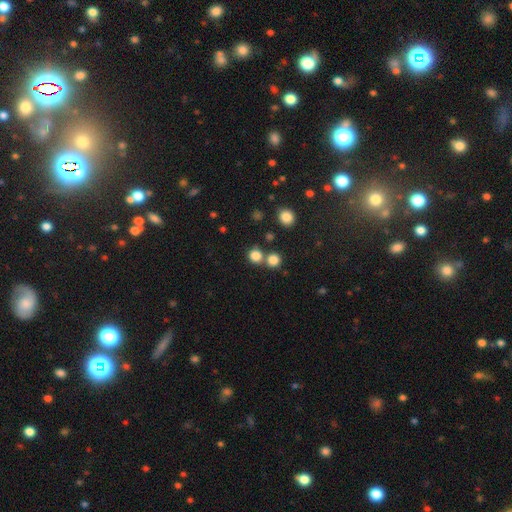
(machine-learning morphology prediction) A smooth galaxy with no disk features (80%) that is round (89%). Merging: none (63%).